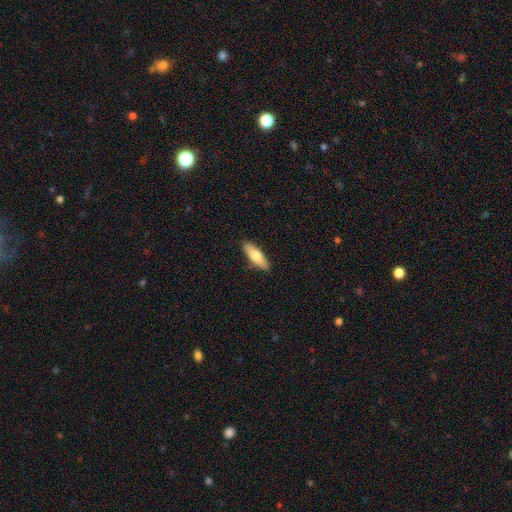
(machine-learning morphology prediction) The model was most divided on "how rounded": in between: 50%, cigar-shaped: 48%, round: 2%. More confident: merging — none (89%); smooth or featured — smooth (70%).